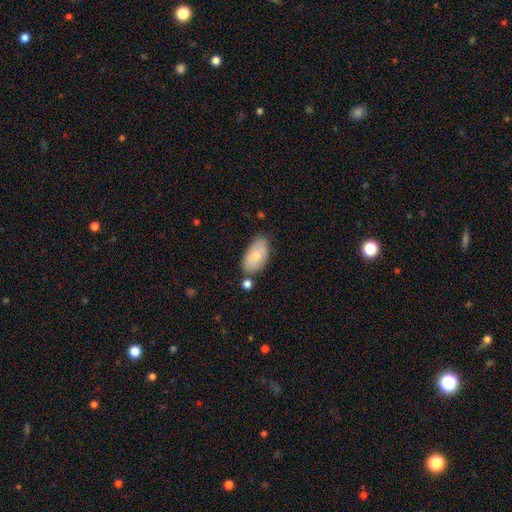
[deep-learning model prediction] smooth 75%, featured or disk 19%, star or artifact 6%. Down the decision tree: how rounded — in between (94%); merging — none (66%).